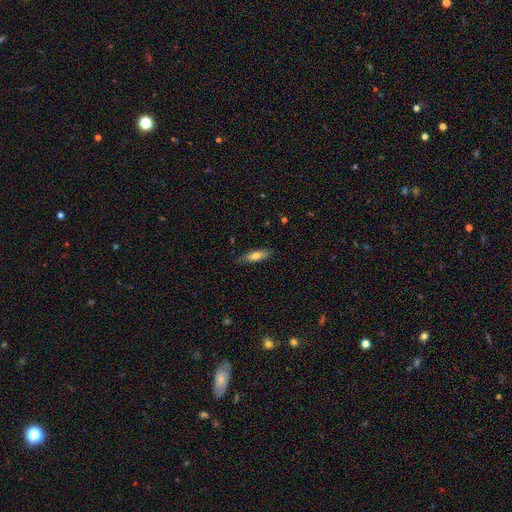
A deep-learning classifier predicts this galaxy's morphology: A smooth galaxy with no disk features (68%) that is cigar-shaped (52%).

Vote fractions:
- Smooth or featured? smooth: 68% / featured or disk: 25% / star or artifact: 6%
- How rounded? cigar-shaped: 52% / in between: 46% / round: 2%
- Merging? none: 80% / minor disturbance: 16% / major disturbance: 3% / merger: 1%